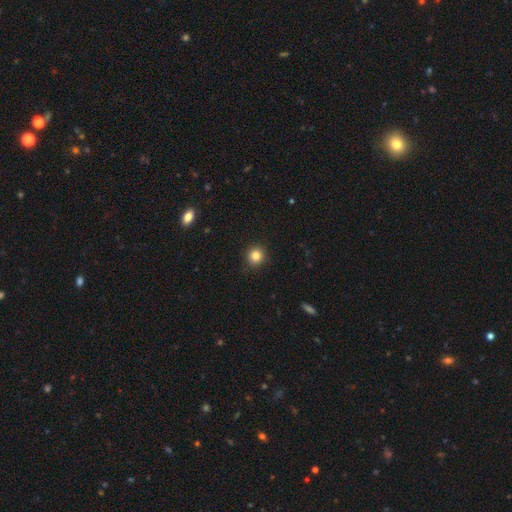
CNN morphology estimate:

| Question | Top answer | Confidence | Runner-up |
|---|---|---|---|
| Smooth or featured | smooth | 84% | star or artifact (11%) |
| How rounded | round | 92% | in between (7%) |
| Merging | none | 91% | minor disturbance (6%) |